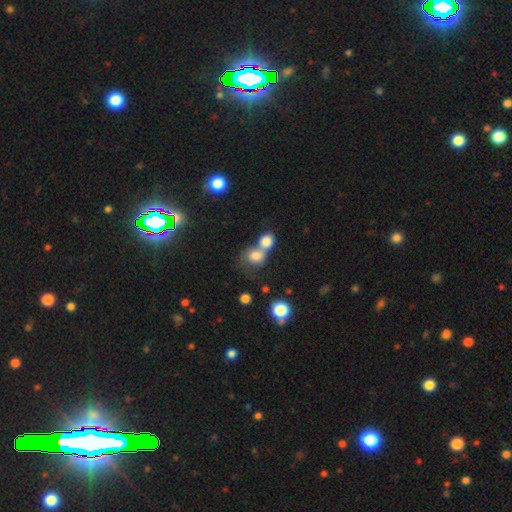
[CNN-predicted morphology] Smooth or featured?
  - smooth: 76% *
  - featured or disk: 13%
  - star or artifact: 11%
How rounded?
  - round: 64% *
  - in between: 34%
  - cigar-shaped: 1%
Merging?
  - merger: 67% *
  - none: 20%
  - minor disturbance: 7%
  - major disturbance: 6%